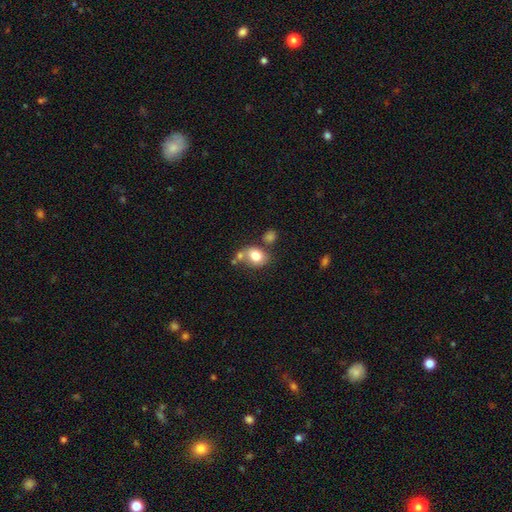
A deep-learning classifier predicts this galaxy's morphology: Smooth or featured? Predicted: smooth (p=0.76). How rounded? Predicted: in between (p=0.52). Merging? Predicted: none (p=0.50).